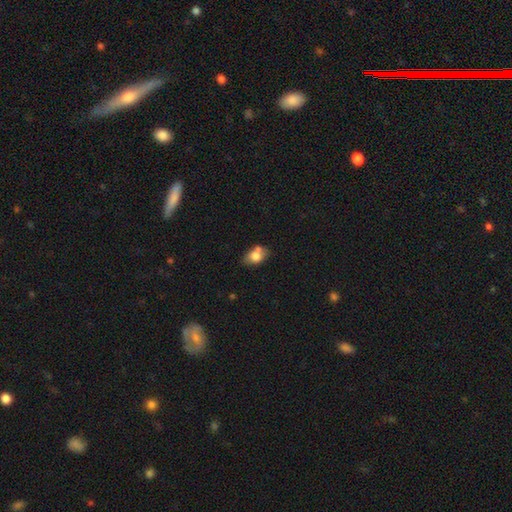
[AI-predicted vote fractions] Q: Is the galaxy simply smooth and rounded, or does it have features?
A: smooth — 75%.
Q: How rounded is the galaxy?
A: in between — 83%.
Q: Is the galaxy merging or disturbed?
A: none — 54%.